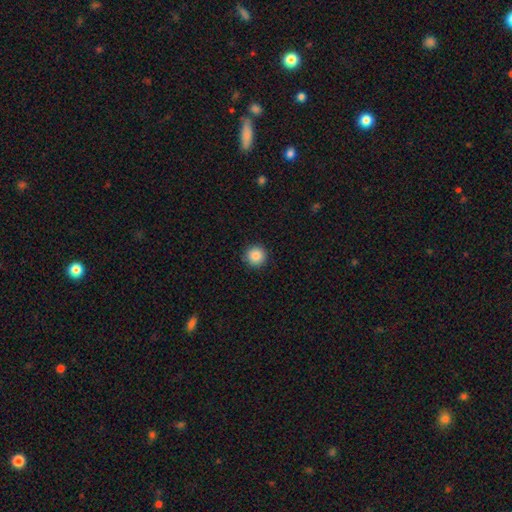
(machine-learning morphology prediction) smooth_or_featured: smooth (p=0.87) [alt: star or artifact p=0.09]
how_rounded: round (p=0.96) [alt: in between p=0.03]
merging: none (p=0.91) [alt: minor disturbance p=0.06]